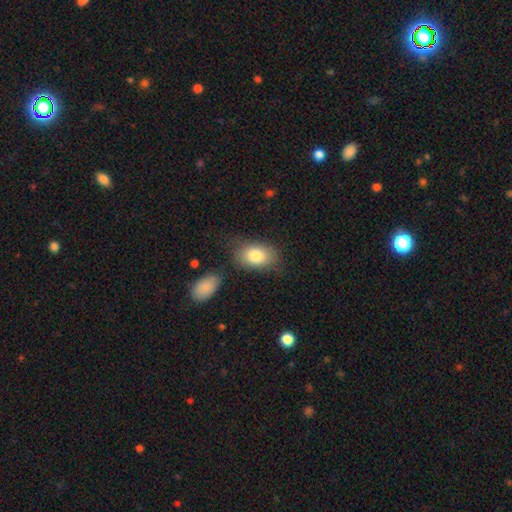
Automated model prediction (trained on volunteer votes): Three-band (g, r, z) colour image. It shows a smooth galaxy with no disk features (82%) that is in between round and cigar-shaped (84%). Merging: none (72%).